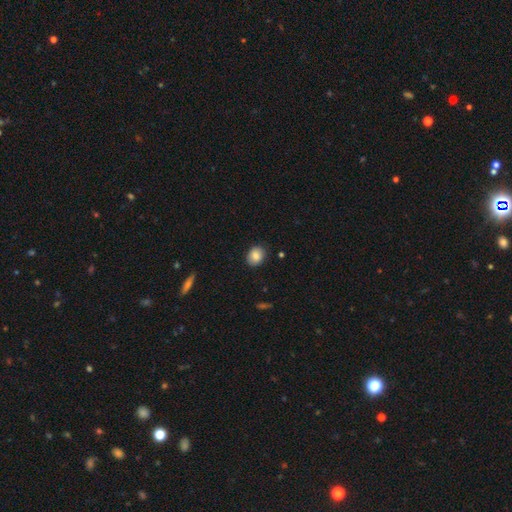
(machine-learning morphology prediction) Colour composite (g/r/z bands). It shows a smooth galaxy with no disk features (83%) that is round (55%). Merging: none (87%).